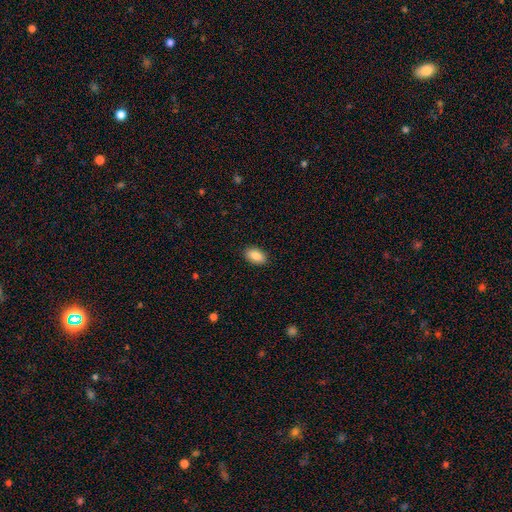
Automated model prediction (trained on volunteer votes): Q: Smooth or featured?
A: smooth (89%); runner-up: star or artifact (7%)
Q: How rounded?
A: in between (92%); runner-up: round (6%)
Q: Merging?
A: none (89%); runner-up: minor disturbance (8%)